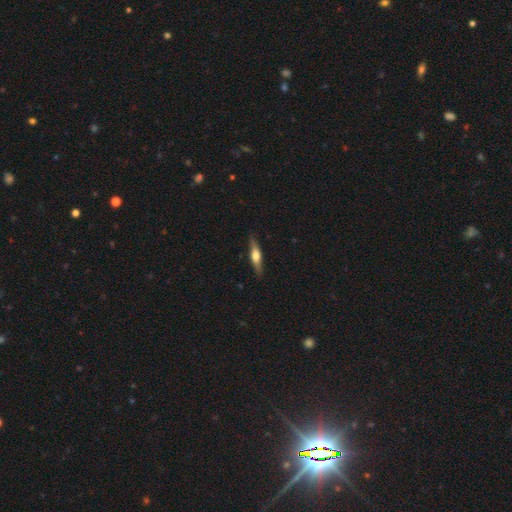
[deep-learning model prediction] A featured or disk galaxy (61%) viewed edge-on (95%) with a rounded central bulge (90%). Merging: none (87%).